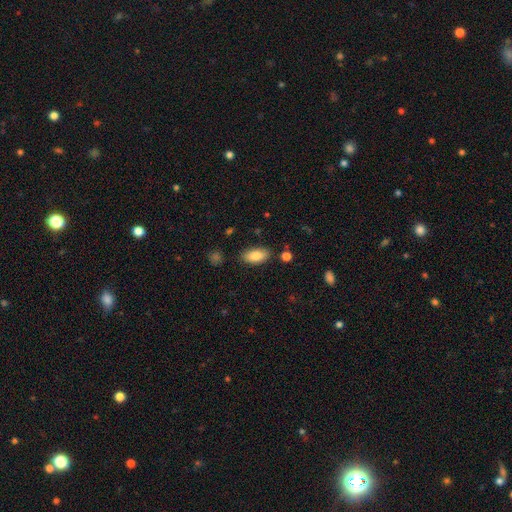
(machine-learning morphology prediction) Q: Smooth or featured?
A: smooth (86%); runner-up: featured or disk (7%)
Q: How rounded?
A: in between (91%); runner-up: cigar-shaped (7%)
Q: Merging?
A: none (83%); runner-up: minor disturbance (11%)